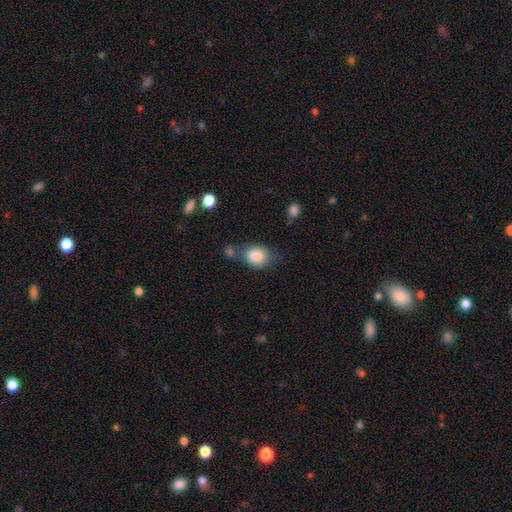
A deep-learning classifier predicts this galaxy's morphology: This is clearly a smooth galaxy (84%). How rounded: possibly in between (57%). Merging: possibly none (48%).